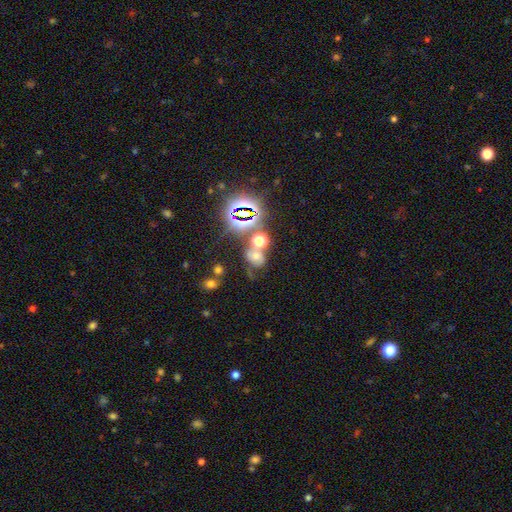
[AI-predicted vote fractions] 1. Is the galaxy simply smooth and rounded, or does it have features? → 47% smooth, 36% star or artifact, 17% featured or disk.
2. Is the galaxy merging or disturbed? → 49% none, 28% merger, 14% minor disturbance, 8% major disturbance.